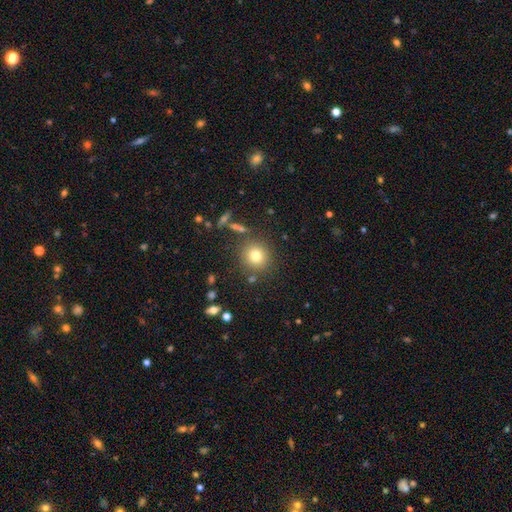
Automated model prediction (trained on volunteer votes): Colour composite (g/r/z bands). It shows a smooth galaxy with no disk features (77%) that is round (90%). Merging: none (84%).